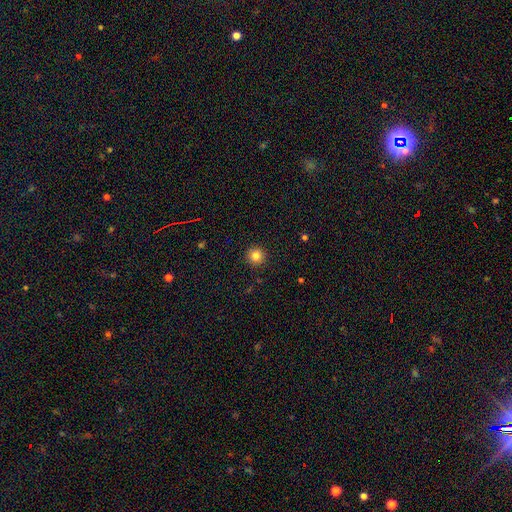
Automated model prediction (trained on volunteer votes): This is clearly a smooth galaxy (83%). How rounded: clearly round (96%). Merging: clearly none (93%).